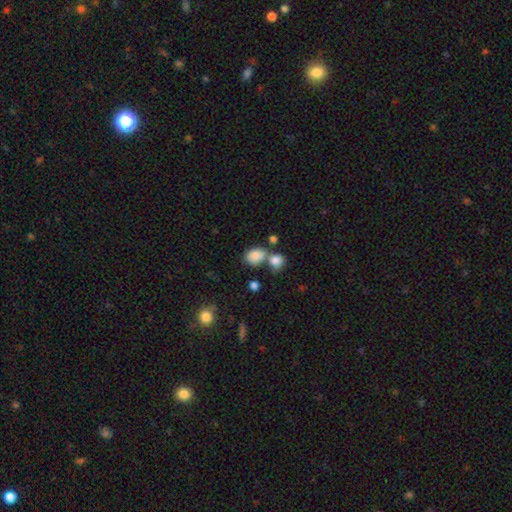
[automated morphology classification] Q: Smooth or featured?
A: smooth (84%); runner-up: star or artifact (10%)
Q: How rounded?
A: in between (61%); runner-up: round (38%)
Q: Merging?
A: none (47%); runner-up: merger (35%)